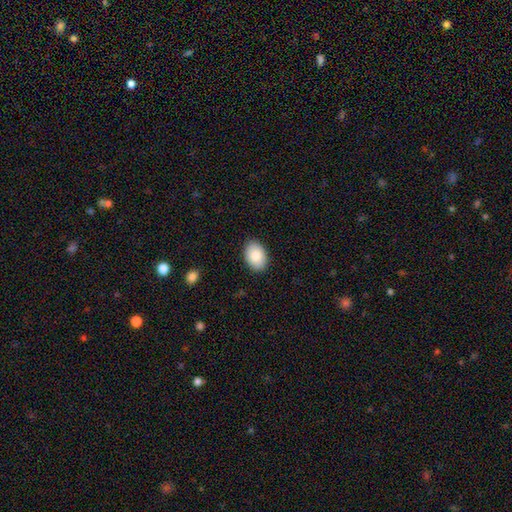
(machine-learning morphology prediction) smooth 85%, featured or disk 9%, star or artifact 7%. Down the decision tree: how rounded — in between (84%); merging — none (88%).